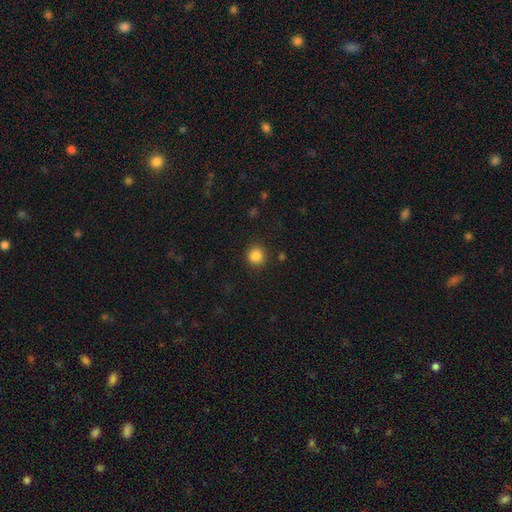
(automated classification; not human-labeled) This is clearly a smooth galaxy (86%). How rounded: clearly round (89%). Merging: clearly none (89%).